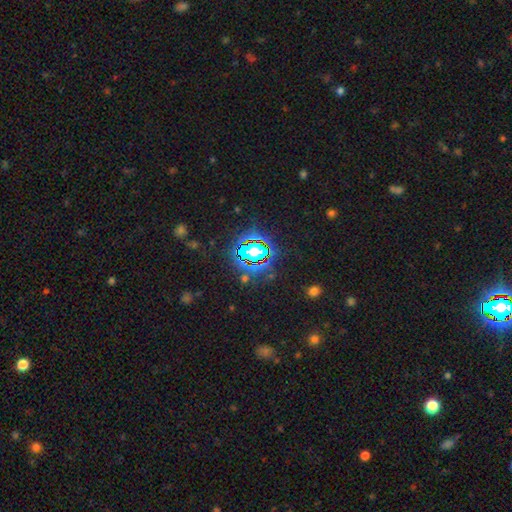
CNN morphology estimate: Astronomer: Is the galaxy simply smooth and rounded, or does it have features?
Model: star or artifact — 81%.